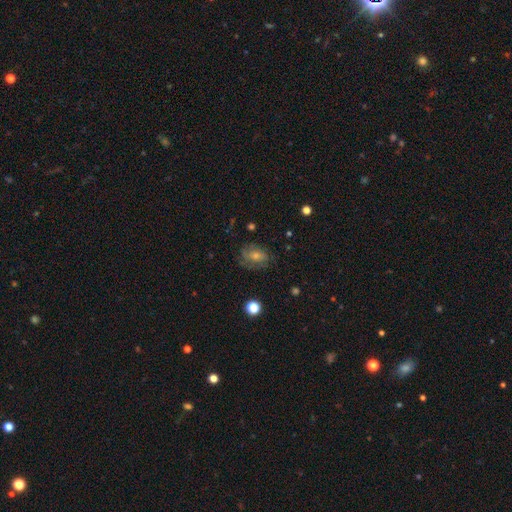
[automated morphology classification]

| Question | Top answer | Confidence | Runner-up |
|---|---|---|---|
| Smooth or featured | featured or disk | 45% | smooth (34%) |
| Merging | none | 71% | minor disturbance (19%) |